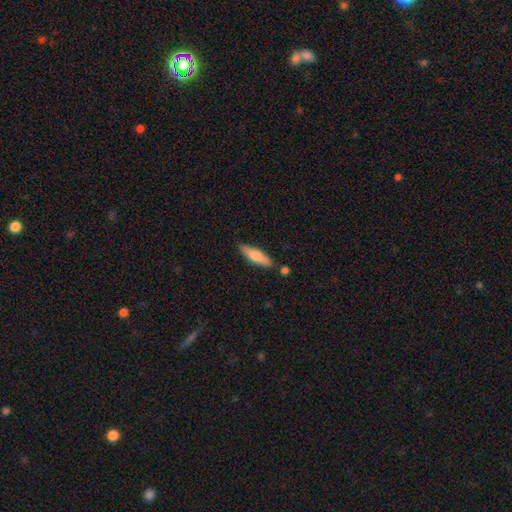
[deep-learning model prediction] Smooth or featured: smooth — 63% (featured or disk — 31%)
How rounded: cigar-shaped — 65% (in between — 33%)
Merging: none — 83% (minor disturbance — 10%)